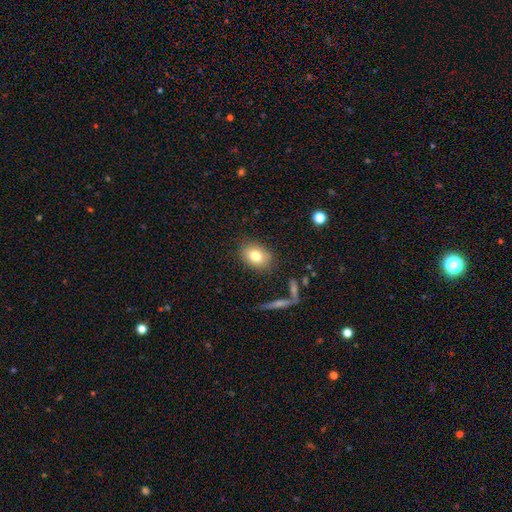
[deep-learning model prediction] smooth 79%, featured or disk 12%, star or artifact 9%. Down the decision tree: how rounded — in between (71%); merging — none (83%).